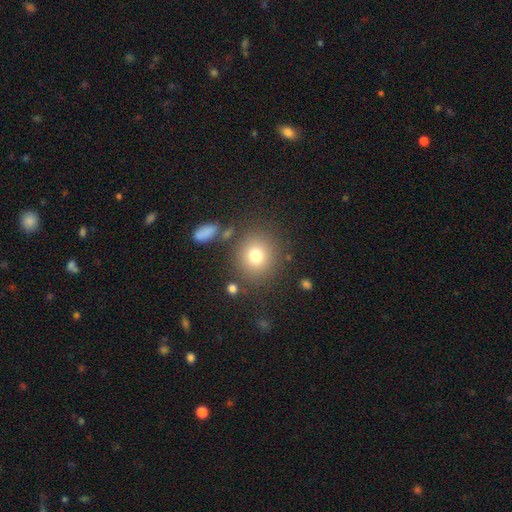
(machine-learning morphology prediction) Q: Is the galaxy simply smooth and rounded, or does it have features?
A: smooth — 76%.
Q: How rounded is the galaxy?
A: round — 86%.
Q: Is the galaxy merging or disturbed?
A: none — 82%.